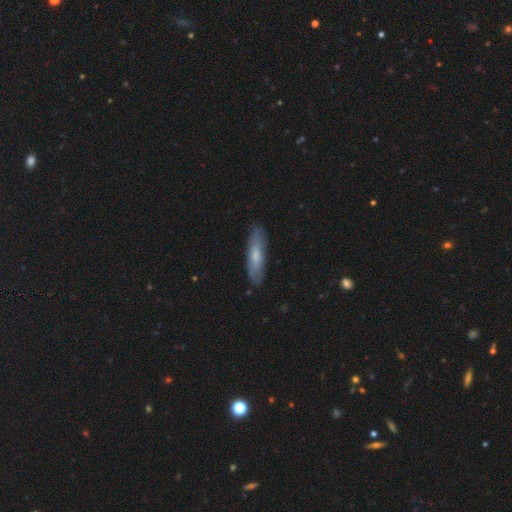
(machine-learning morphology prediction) Q: Smooth or featured?
A: smooth (60%); runner-up: featured or disk (35%)
Q: How rounded?
A: cigar-shaped (68%); runner-up: in between (30%)
Q: Merging?
A: none (83%); runner-up: minor disturbance (13%)